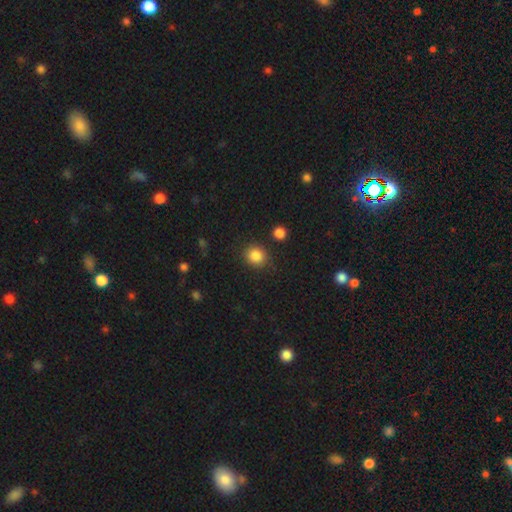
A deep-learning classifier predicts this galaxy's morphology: type=smooth (86%); roundness=round (82%); merging=none (86%).